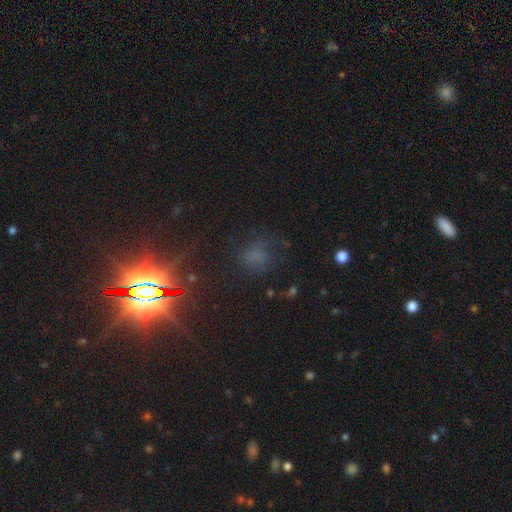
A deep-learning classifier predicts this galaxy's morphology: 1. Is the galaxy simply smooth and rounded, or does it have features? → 48% star or artifact, 37% smooth, 15% featured or disk.